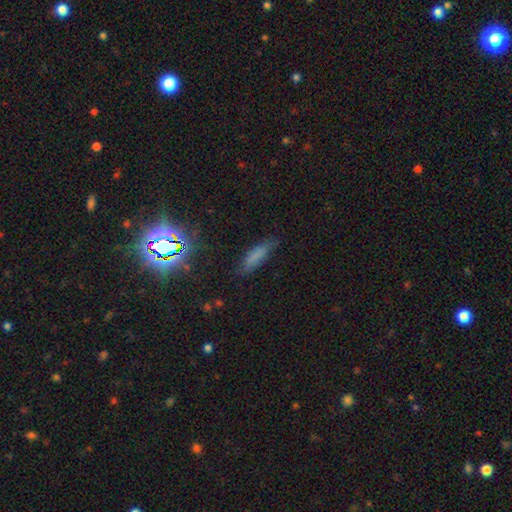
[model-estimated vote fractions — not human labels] A smooth galaxy with no disk features (66%) that is cigar-shaped (60%).

Vote fractions:
- Smooth or featured? smooth: 66% / star or artifact: 20% / featured or disk: 14%
- How rounded? cigar-shaped: 60% / in between: 37% / round: 3%
- Merging? none: 71% / minor disturbance: 21% / major disturbance: 7% / merger: 2%